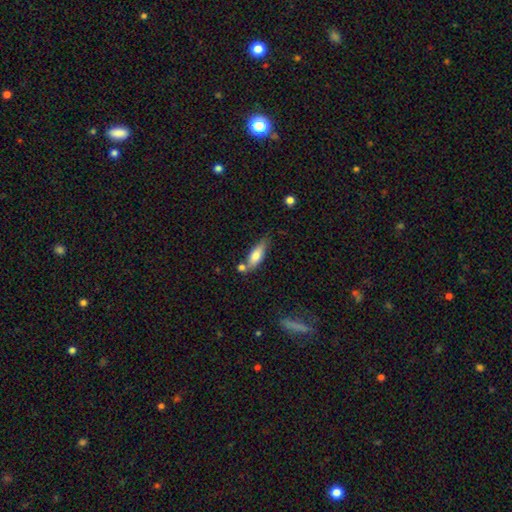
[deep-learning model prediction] Smooth or featured? Predicted: smooth (p=0.72). How rounded? Predicted: in between (p=0.58). Merging? Predicted: none (p=0.56).